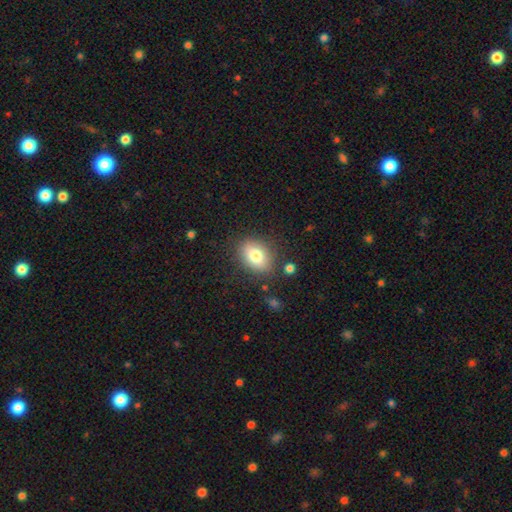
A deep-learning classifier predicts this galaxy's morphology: A smooth galaxy with no disk features (78%) that is in between round and cigar-shaped (70%).

Vote fractions:
- Smooth or featured? smooth: 78% / featured or disk: 13% / star or artifact: 9%
- How rounded? in between: 70% / round: 28% / cigar-shaped: 1%
- Merging? none: 81% / minor disturbance: 12% / major disturbance: 4% / merger: 3%